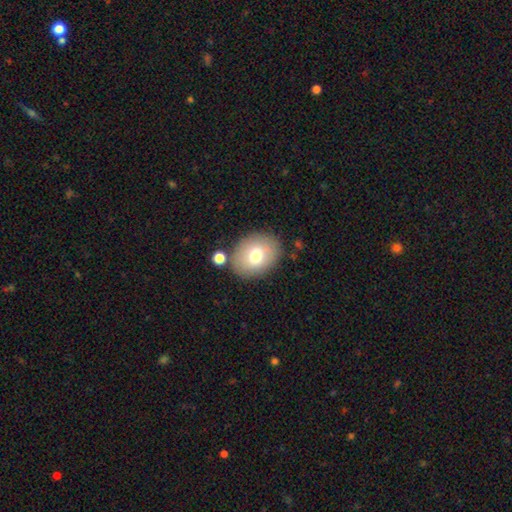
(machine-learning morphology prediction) Q: Smooth or featured?
A: smooth (74%); runner-up: featured or disk (18%)
Q: How rounded?
A: in between (56%); runner-up: round (43%)
Q: Merging?
A: none (80%); runner-up: minor disturbance (11%)